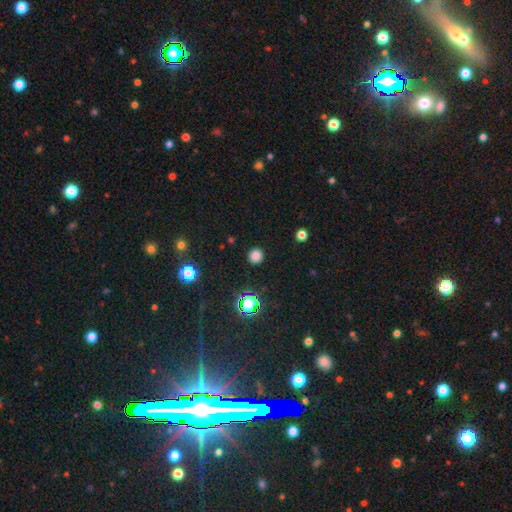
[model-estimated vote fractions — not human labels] Overall: smooth (79%). How rounded: round (92%). Merging: none (91%).